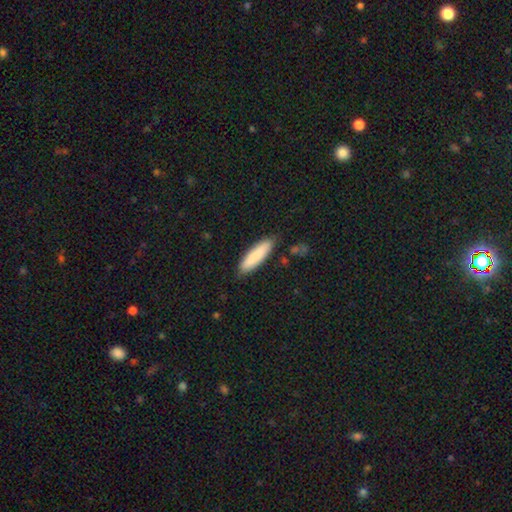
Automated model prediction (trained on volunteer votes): smooth_or_featured: smooth (p=0.86) [alt: featured or disk p=0.09]
how_rounded: cigar-shaped (p=0.67) [alt: in between p=0.31]
merging: none (p=0.85) [alt: minor disturbance p=0.11]